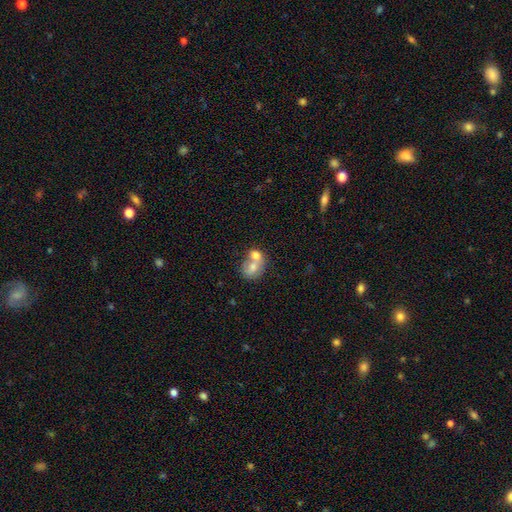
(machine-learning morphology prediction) This appears to be a smooth galaxy with no disk features (66%) that is round (52%). Merging: merger (70%).